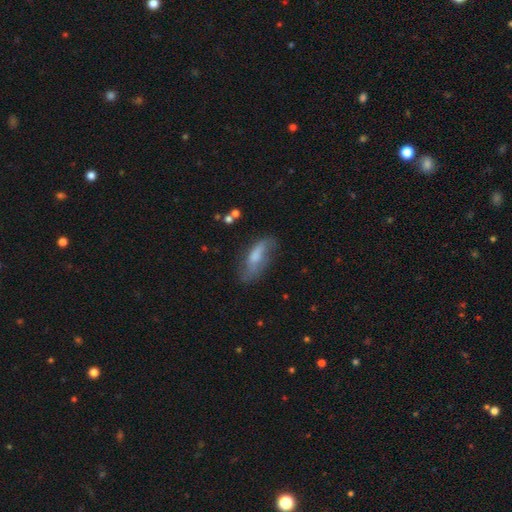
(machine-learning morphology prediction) Q: Smooth or featured?
A: smooth (51%); runner-up: featured or disk (40%)
Q: How rounded?
A: in between (68%); runner-up: cigar-shaped (29%)
Q: Merging?
A: none (59%); runner-up: minor disturbance (27%)